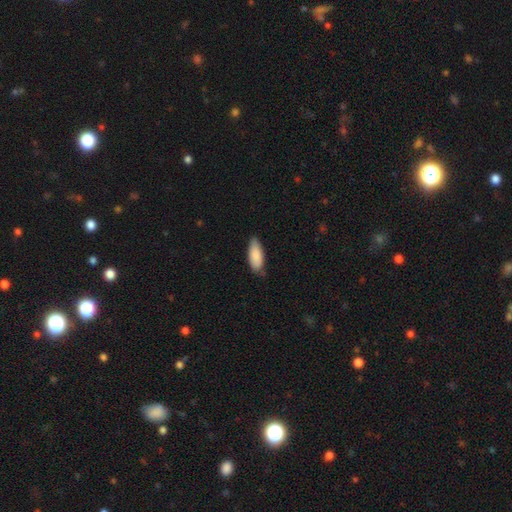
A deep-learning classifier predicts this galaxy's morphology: smooth 85%, featured or disk 9%, star or artifact 6%. Down the decision tree: how rounded — in between (79%); merging — none (72%).